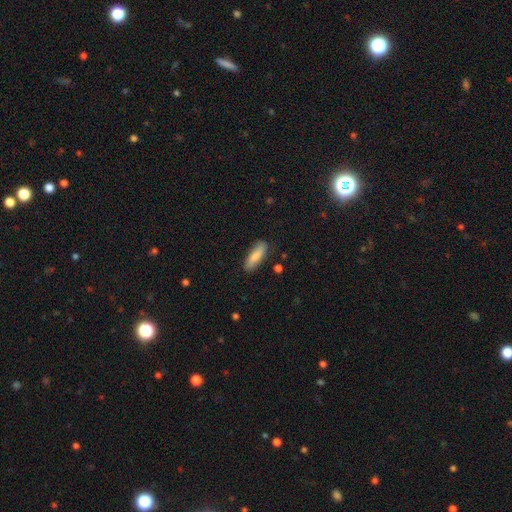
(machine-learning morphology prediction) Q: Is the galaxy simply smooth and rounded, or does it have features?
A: smooth — 83%.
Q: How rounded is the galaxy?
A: cigar-shaped — 50%.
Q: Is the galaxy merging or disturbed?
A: none — 85%.